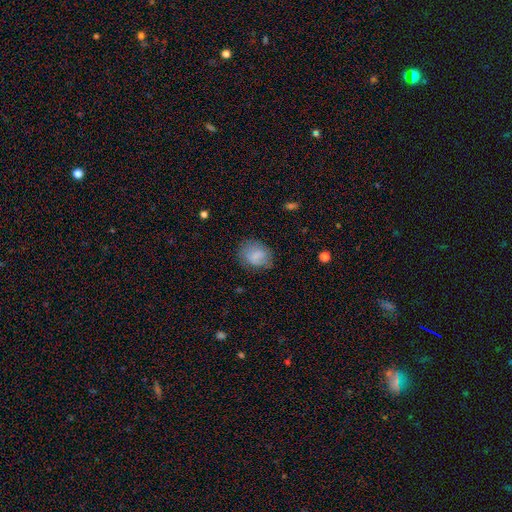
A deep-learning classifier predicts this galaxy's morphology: A smooth galaxy with no disk features (76%) that is in between round and cigar-shaped (58%).

Vote fractions:
- Smooth or featured? smooth: 76% / featured or disk: 16% / star or artifact: 8%
- How rounded? in between: 58% / round: 41% / cigar-shaped: 1%
- Merging? none: 69% / minor disturbance: 21% / major disturbance: 8% / merger: 1%